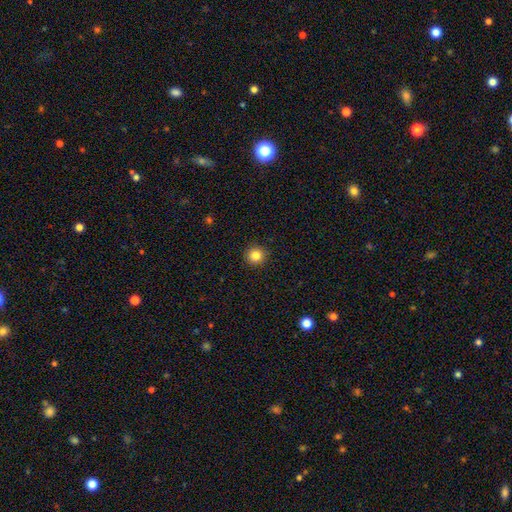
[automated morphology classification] smooth-or-featured: smooth: 84% | star or artifact: 11% | featured or disk: 5%
  how-rounded: round: 95% | in between: 4% | cigar-shaped: 1%
  merging: none: 92% | minor disturbance: 5% | major disturbance: 2% | merger: 1%